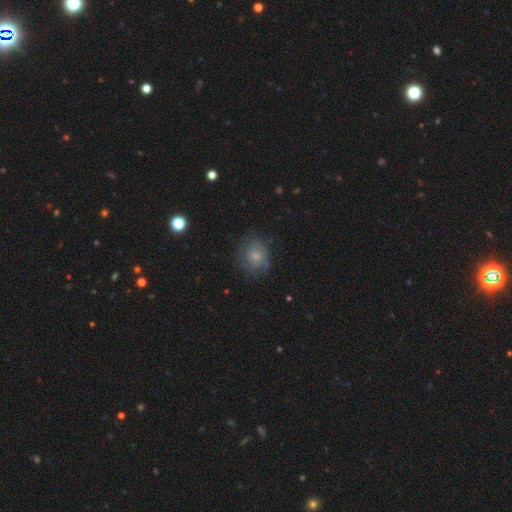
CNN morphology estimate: This appears to be a smooth galaxy with no disk features (65%) that is round (68%). Merging: none (68%).